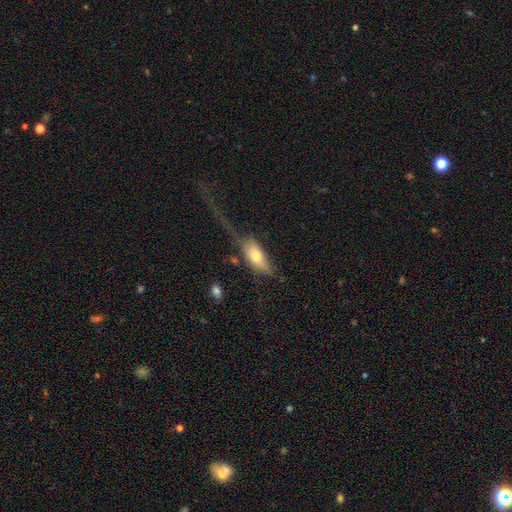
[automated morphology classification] A smooth galaxy with no disk features (66%) that is in between round and cigar-shaped (84%). Merging: major disturbance (42%).